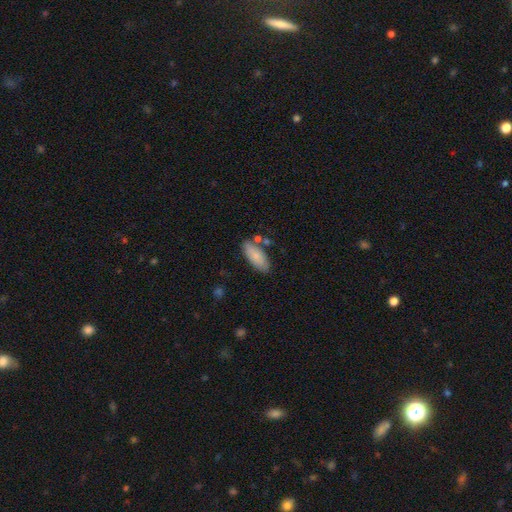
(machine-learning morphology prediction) Q: Smooth or featured?
A: smooth (81%); runner-up: featured or disk (13%)
Q: How rounded?
A: in between (85%); runner-up: cigar-shaped (13%)
Q: Merging?
A: none (72%); runner-up: minor disturbance (16%)